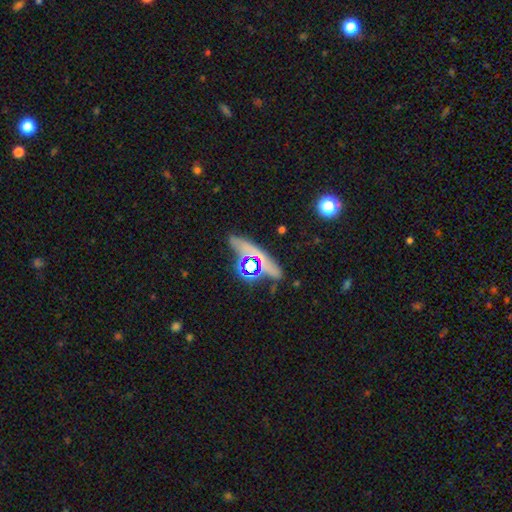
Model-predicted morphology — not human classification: Q: Smooth or featured?
A: smooth (39%); runner-up: star or artifact (31%)
Q: Merging?
A: none (69%); runner-up: minor disturbance (14%)